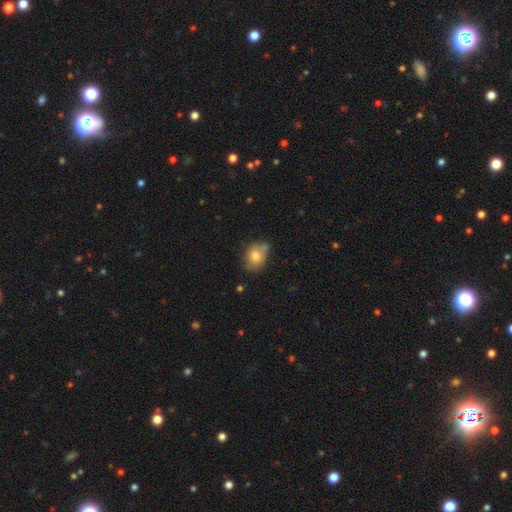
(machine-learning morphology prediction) A smooth galaxy with no disk features (76%) that is in between round and cigar-shaped (53%). Merging: none (55%).